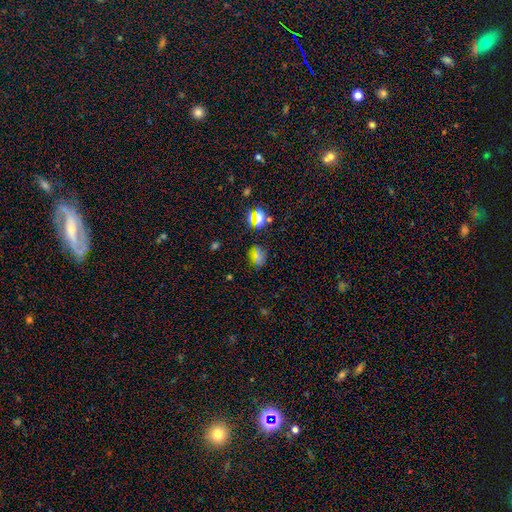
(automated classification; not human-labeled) Smooth or featured? smooth (51%)
How rounded? round (58%)
Merging? none (79%)